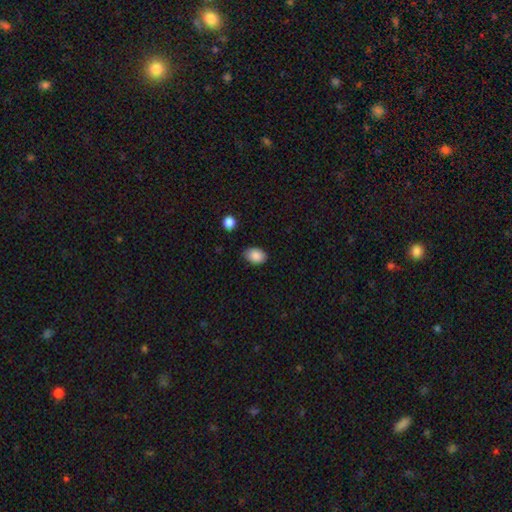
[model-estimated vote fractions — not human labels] Smooth or featured: smooth — 88% (star or artifact — 8%)
How rounded: in between — 79% (round — 20%)
Merging: none — 76% (minor disturbance — 19%)